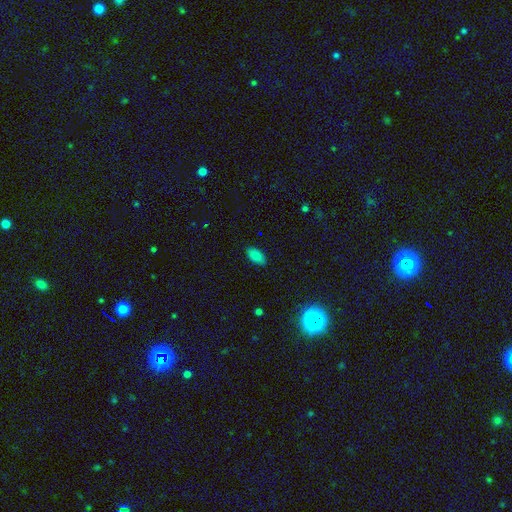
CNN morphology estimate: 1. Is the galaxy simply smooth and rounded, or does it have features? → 79% smooth, 11% star or artifact, 10% featured or disk.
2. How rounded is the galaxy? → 91% in between, 5% cigar-shaped, 4% round.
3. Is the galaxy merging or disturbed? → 86% none, 11% minor disturbance, 2% major disturbance, 1% merger.